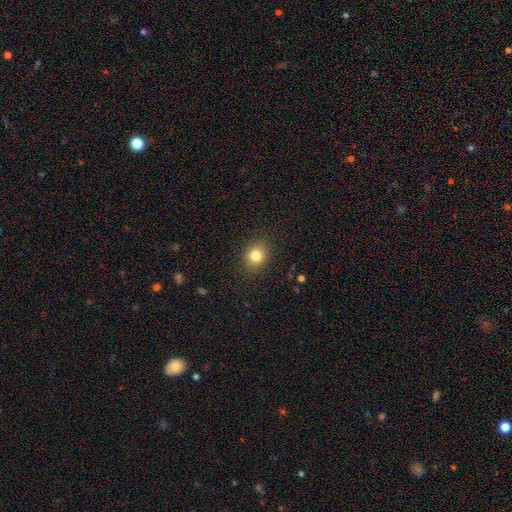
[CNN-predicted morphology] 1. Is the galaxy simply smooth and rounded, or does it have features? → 81% smooth, 11% star or artifact, 8% featured or disk.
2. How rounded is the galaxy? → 64% round, 35% in between, 1% cigar-shaped.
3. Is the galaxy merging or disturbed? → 88% none, 8% minor disturbance, 3% major disturbance, 1% merger.